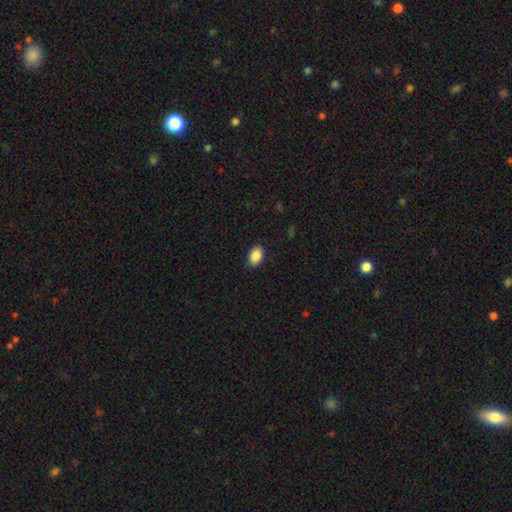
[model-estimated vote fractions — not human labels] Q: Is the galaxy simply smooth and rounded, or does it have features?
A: smooth — 88%.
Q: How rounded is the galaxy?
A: in between — 88%.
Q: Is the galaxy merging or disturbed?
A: none — 85%.